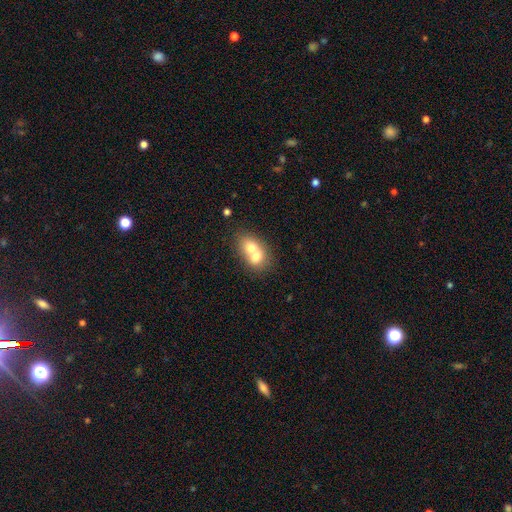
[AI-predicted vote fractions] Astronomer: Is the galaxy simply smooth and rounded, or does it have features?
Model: smooth — 65%.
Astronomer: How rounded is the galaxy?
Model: in between — 53% (runner-up: round, 46%).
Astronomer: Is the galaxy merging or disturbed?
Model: merger — 72%.